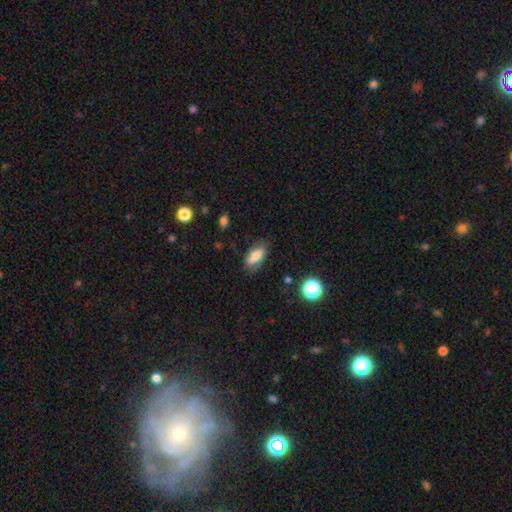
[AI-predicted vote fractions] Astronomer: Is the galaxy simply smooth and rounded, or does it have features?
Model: smooth — 72%.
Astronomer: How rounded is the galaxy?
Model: in between — 86%.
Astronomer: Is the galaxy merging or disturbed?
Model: none — 74%.